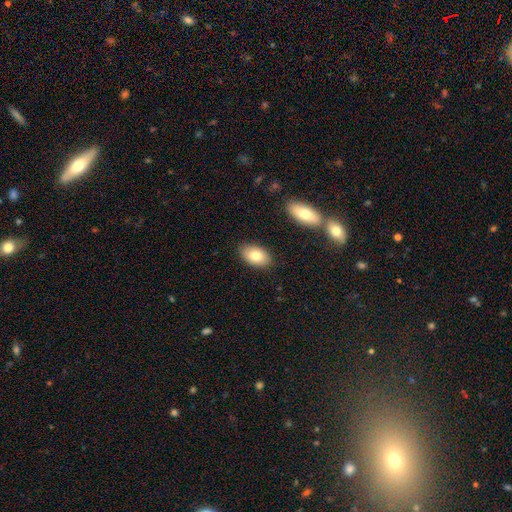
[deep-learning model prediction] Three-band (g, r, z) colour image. It shows a smooth galaxy with no disk features (80%) that is in between round and cigar-shaped (92%). Merging: none (85%).